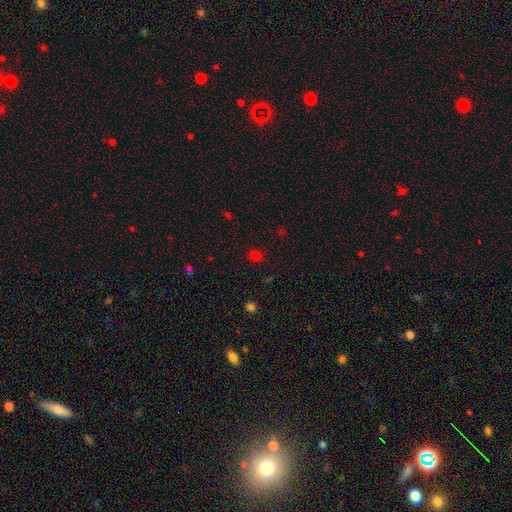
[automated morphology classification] smooth-or-featured: smooth: 73% | star or artifact: 23% | featured or disk: 4%
  how-rounded: round: 80% | in between: 19% | cigar-shaped: 1%
  merging: none: 87% | minor disturbance: 8% | major disturbance: 3% | merger: 2%